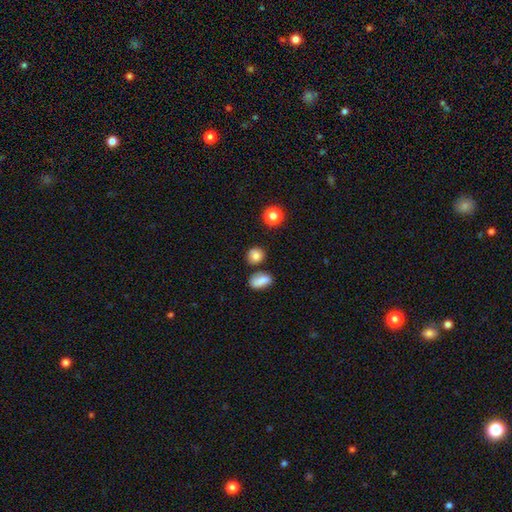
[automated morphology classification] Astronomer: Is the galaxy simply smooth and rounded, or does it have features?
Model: smooth — 82%.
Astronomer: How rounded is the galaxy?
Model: round — 80%.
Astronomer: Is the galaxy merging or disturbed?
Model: none — 75%.